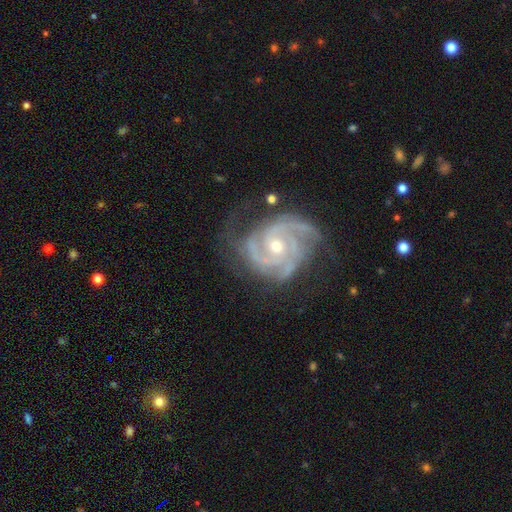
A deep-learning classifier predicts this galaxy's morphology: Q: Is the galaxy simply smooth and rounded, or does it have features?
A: featured or disk — 92%.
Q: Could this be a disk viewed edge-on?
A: no — 98%.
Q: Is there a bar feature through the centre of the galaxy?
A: no — 66%.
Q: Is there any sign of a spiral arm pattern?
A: yes — 99%.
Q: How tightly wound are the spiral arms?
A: tight — 65%.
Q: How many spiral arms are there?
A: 3 — 50%.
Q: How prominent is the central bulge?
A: moderate — 51%.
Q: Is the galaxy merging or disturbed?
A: none — 70%.